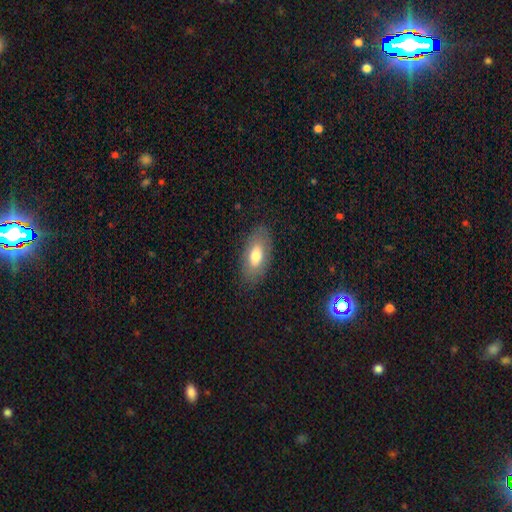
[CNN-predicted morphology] Smooth or featured? Predicted: smooth (p=0.73). How rounded? Predicted: in between (p=0.89). Merging? Predicted: none (p=0.84).